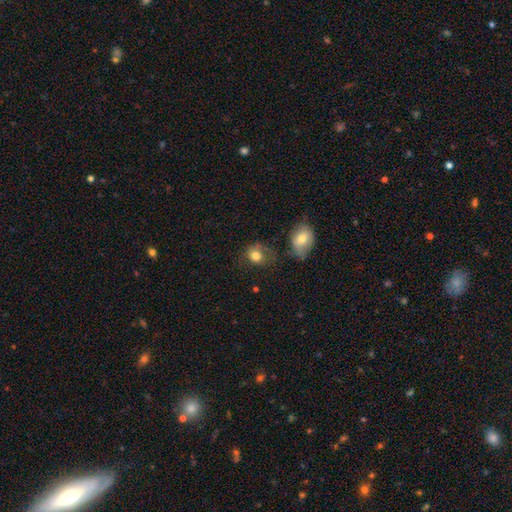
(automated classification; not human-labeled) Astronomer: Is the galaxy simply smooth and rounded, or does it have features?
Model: smooth — 80%.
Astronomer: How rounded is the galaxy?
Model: round — 63%.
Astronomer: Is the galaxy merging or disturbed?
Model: none — 48% (runner-up: minor disturbance, 26%).